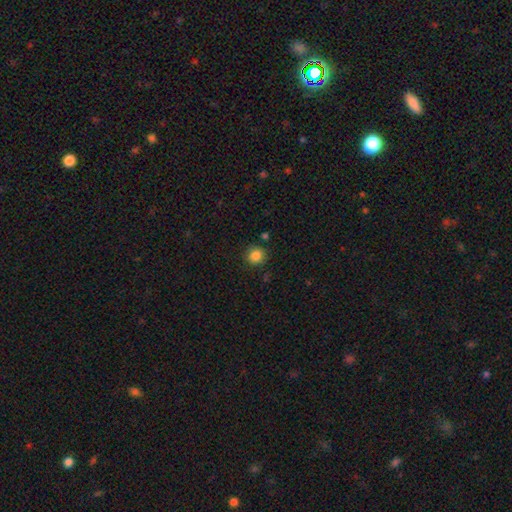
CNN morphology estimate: smooth-or-featured: smooth: 86% | star or artifact: 10% | featured or disk: 4%
  how-rounded: round: 90% | in between: 9% | cigar-shaped: 1%
  merging: none: 86% | minor disturbance: 9% | merger: 3% | major disturbance: 3%